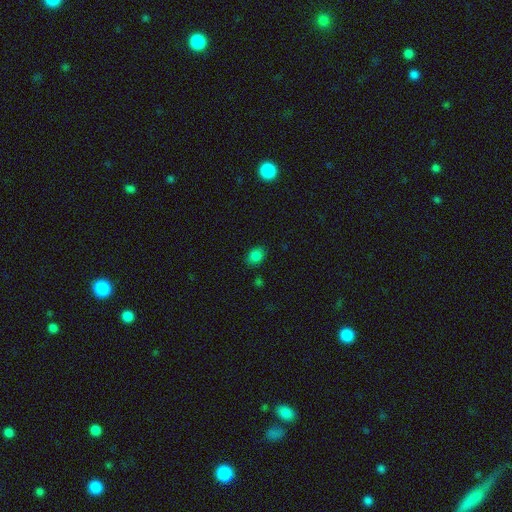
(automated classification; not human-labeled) smooth_or_featured: smooth (p=0.82) [alt: star or artifact p=0.13]
how_rounded: in between (p=0.67) [alt: round p=0.32]
merging: none (p=0.84) [alt: minor disturbance p=0.11]